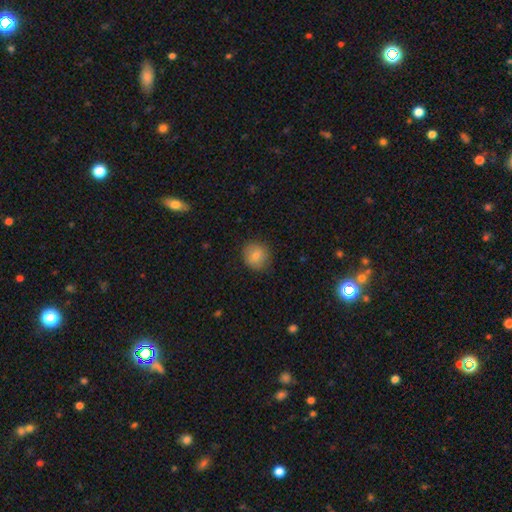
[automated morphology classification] Q: Smooth or featured?
A: smooth (80%); runner-up: featured or disk (10%)
Q: How rounded?
A: round (85%); runner-up: in between (14%)
Q: Merging?
A: none (82%); runner-up: minor disturbance (14%)